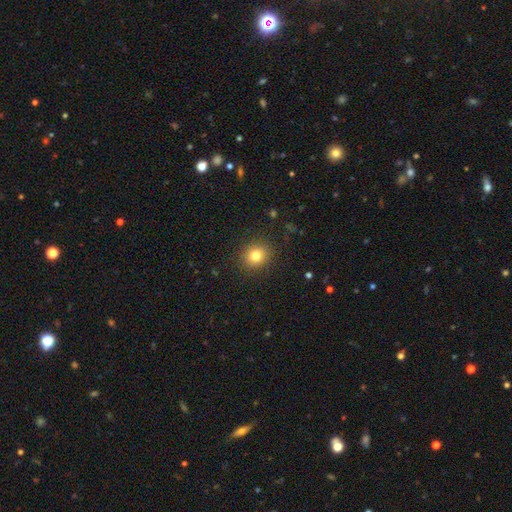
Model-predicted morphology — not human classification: This is clearly a smooth galaxy (80%). How rounded: clearly round (81%). Merging: clearly none (90%).